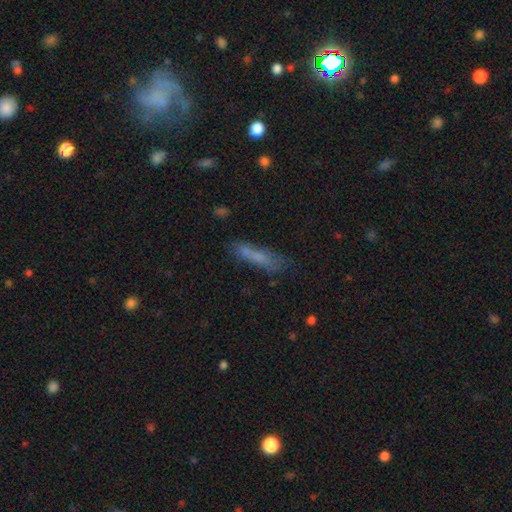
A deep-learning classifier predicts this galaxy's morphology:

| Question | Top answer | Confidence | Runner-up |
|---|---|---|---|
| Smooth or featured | smooth | 65% | featured or disk (22%) |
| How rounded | cigar-shaped | 79% | in between (19%) |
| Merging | none | 63% | minor disturbance (20%) |